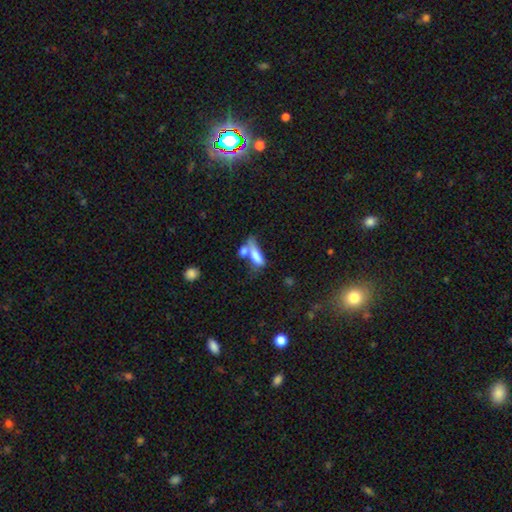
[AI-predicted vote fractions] Morphology: type=smooth (71%); roundness=in between (58%); merging=merger (49%).